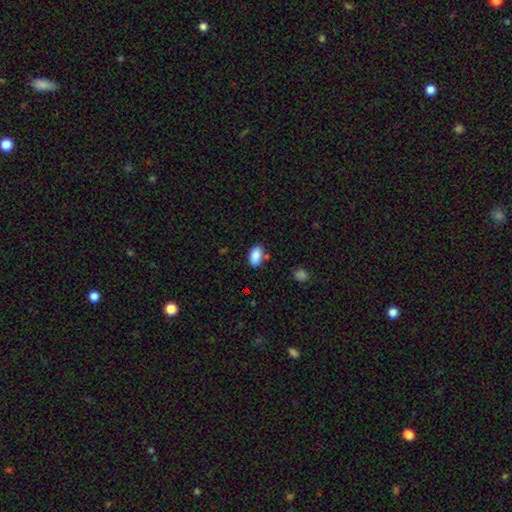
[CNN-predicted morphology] A smooth galaxy with no disk features (88%) that is in between round and cigar-shaped (92%). Merging: none (79%).